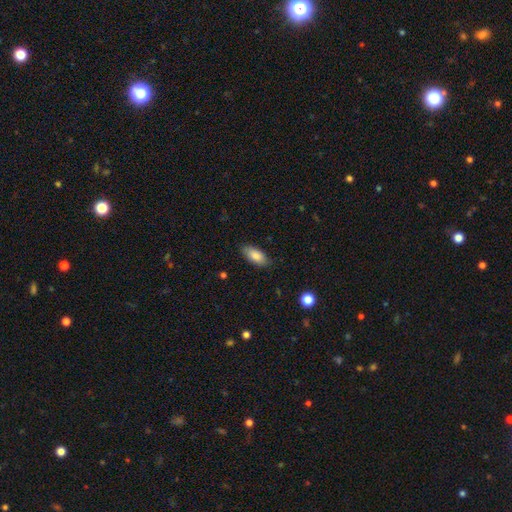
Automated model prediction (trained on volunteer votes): Morphology: type=smooth (85%); roundness=in between (88%); merging=none (84%).